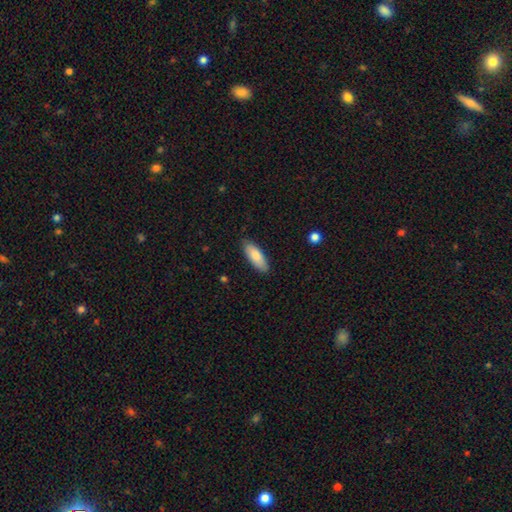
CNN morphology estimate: Q: Smooth or featured?
A: smooth (83%); runner-up: featured or disk (12%)
Q: How rounded?
A: in between (69%); runner-up: cigar-shaped (29%)
Q: Merging?
A: none (85%); runner-up: minor disturbance (12%)